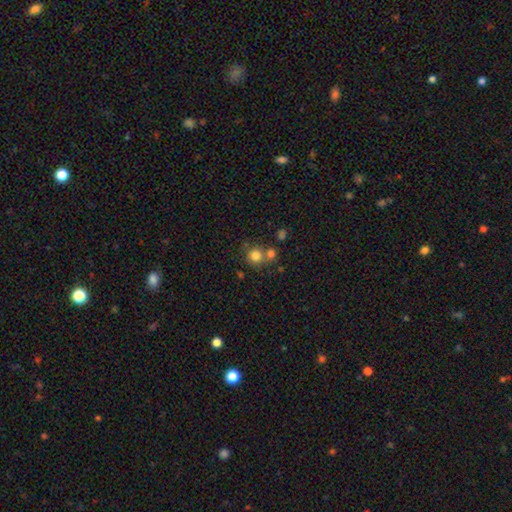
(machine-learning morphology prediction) Smooth or featured?
  - smooth: 79% *
  - star or artifact: 12%
  - featured or disk: 9%
How rounded?
  - round: 90% *
  - in between: 9%
  - cigar-shaped: 1%
Merging?
  - none: 59% *
  - merger: 29%
  - minor disturbance: 9%
  - major disturbance: 4%